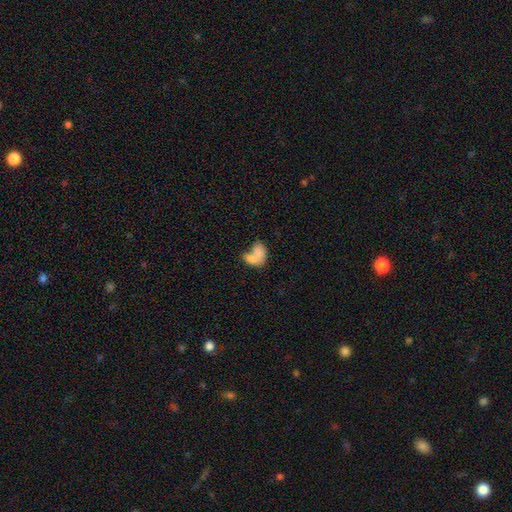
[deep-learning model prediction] This is likely a smooth galaxy (76%). How rounded: clearly in between (83%). Merging: likely merger (69%).